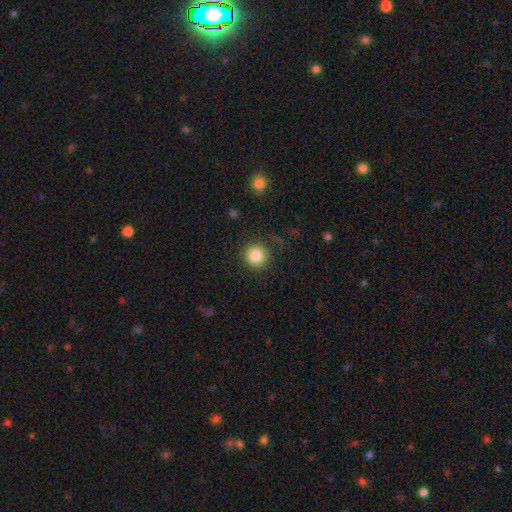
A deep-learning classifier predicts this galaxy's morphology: type=smooth (85%); roundness=round (94%); merging=none (85%).